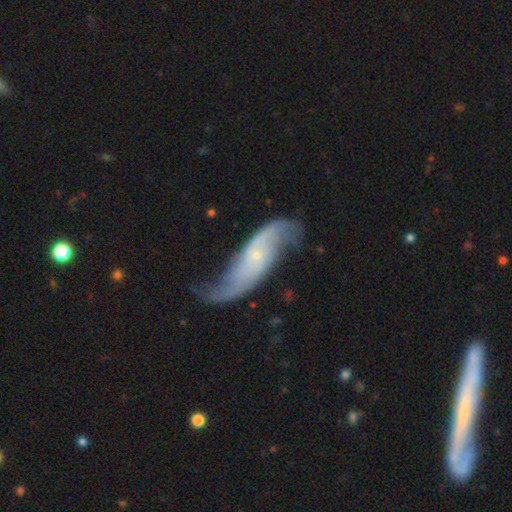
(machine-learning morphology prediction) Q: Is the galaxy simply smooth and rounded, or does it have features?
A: featured or disk — 84%.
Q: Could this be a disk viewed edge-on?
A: no — 91%.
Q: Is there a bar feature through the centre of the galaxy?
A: no — 65%.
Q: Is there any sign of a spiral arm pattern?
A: yes — 94%.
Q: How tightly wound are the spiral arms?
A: loose — 72%.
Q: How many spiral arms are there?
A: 2 — 89%.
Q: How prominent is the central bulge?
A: small — 81%.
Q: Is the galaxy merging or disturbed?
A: none — 57%.